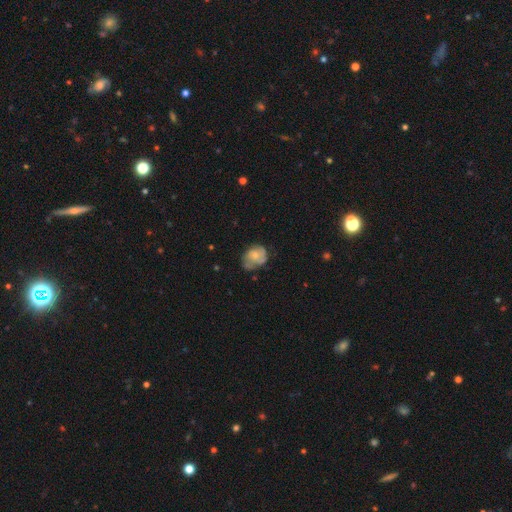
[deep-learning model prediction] Morphology: type=smooth (46%, tied with featured or disk); merging=none (49%).